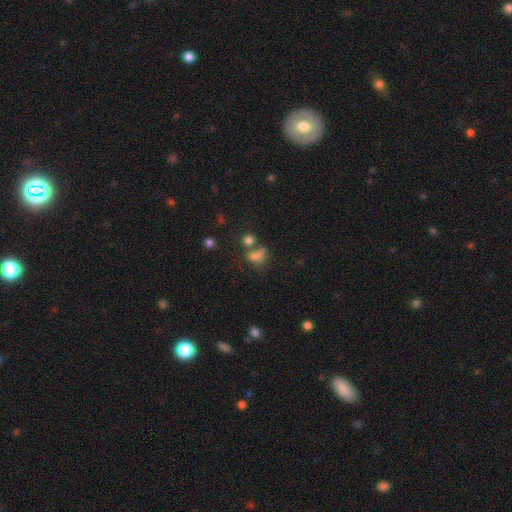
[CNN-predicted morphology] smooth_or_featured: smooth (p=0.67) [alt: star or artifact p=0.20]
how_rounded: in between (p=0.60) [alt: round p=0.36]
merging: none (p=0.36) [alt: merger p=0.32]